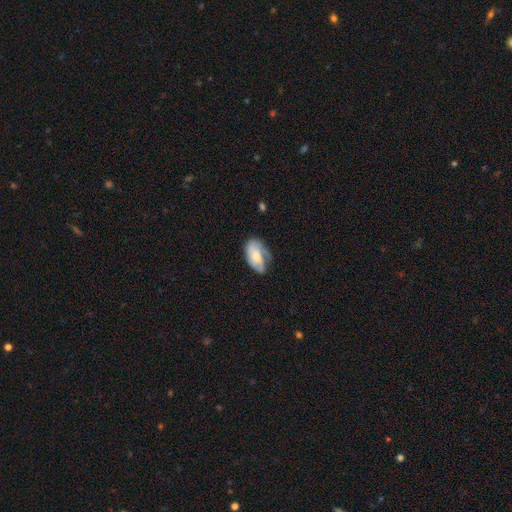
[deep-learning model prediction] A smooth galaxy with no disk features (54%) that is in between round and cigar-shaped (91%). Merging: none (47%).